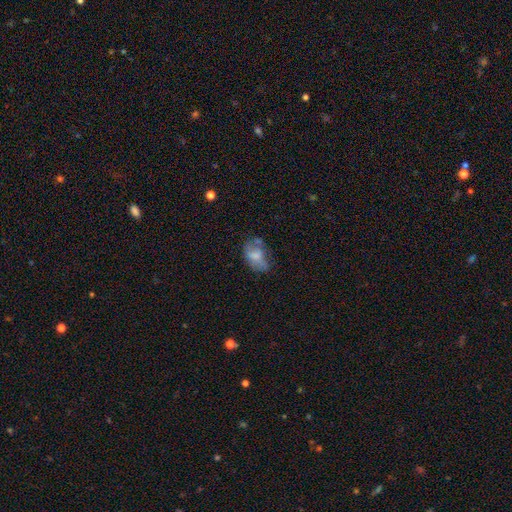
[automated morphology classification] type=smooth (59%); roundness=in between (85%); merging=none (41%).